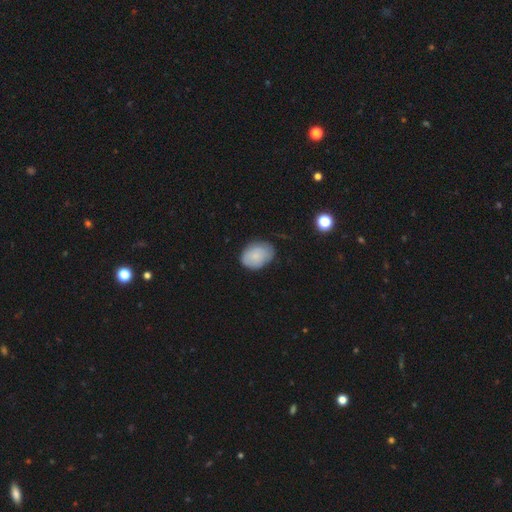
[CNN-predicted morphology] This appears to be a smooth galaxy with no disk features (76%) that is in between round and cigar-shaped (74%). Merging: none (63%).